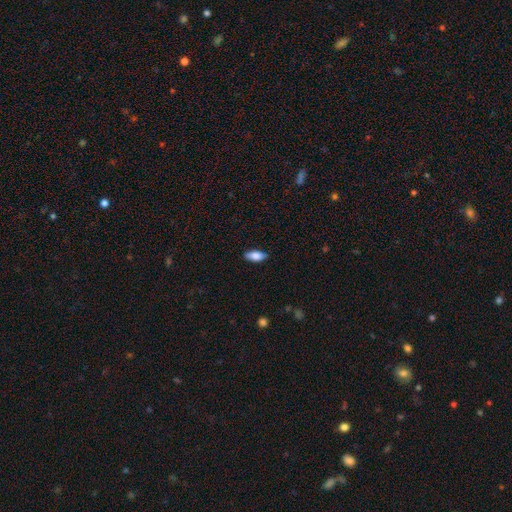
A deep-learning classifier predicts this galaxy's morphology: A smooth galaxy with no disk features (73%) that is in between round and cigar-shaped (82%).

Vote fractions:
- Smooth or featured? smooth: 73% / featured or disk: 20% / star or artifact: 7%
- How rounded? in between: 82% / cigar-shaped: 15% / round: 3%
- Merging? none: 87% / minor disturbance: 10% / major disturbance: 2% / merger: 1%